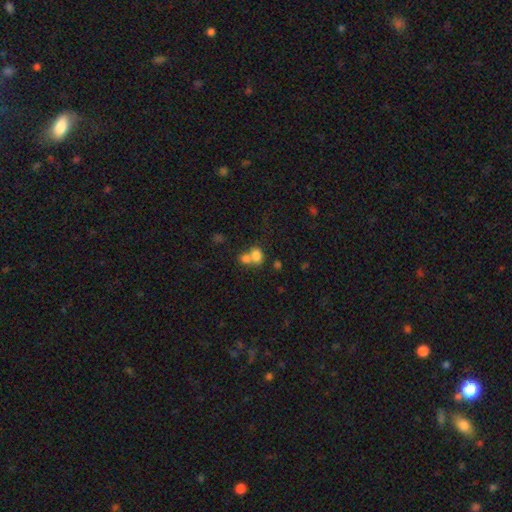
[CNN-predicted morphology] smooth_or_featured: smooth (p=0.75) [alt: star or artifact p=0.13]
how_rounded: in between (p=0.53) [alt: round p=0.46]
merging: merger (p=0.57) [alt: none p=0.31]